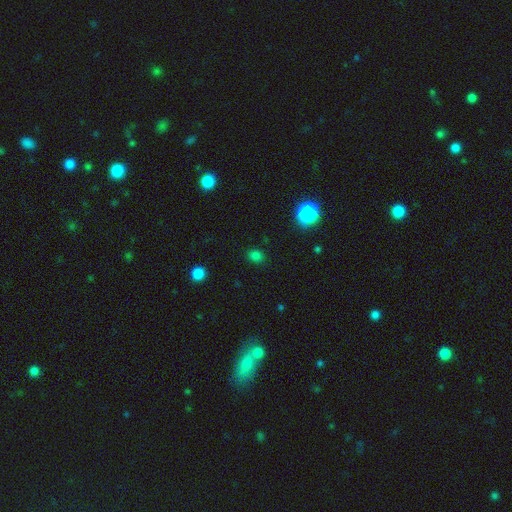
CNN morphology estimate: Smooth or featured: smooth — 76% (star or artifact — 20%)
How rounded: round — 58% (in between — 41%)
Merging: none — 87% (minor disturbance — 9%)